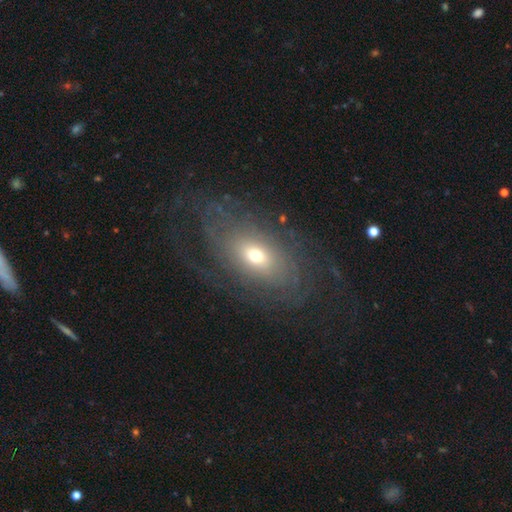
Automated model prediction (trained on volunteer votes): smooth_or_featured: featured or disk (p=0.54) [alt: smooth p=0.35]
disk_edge_on: no (p=0.88) [alt: yes p=0.12]
merging: none (p=0.69) [alt: minor disturbance p=0.16]